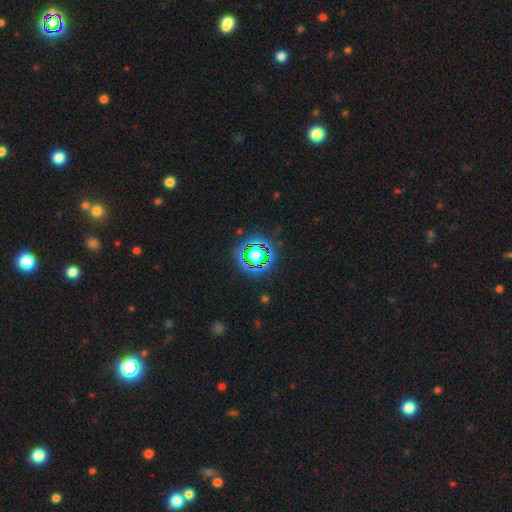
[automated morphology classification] The model was most divided on "smooth or featured": star or artifact: 78%, smooth: 14%, featured or disk: 8%.